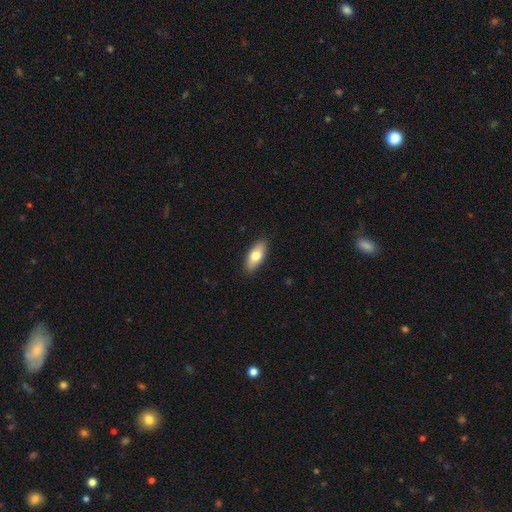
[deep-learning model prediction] Smooth or featured? smooth (75%)
How rounded? in between (84%)
Merging? none (89%)